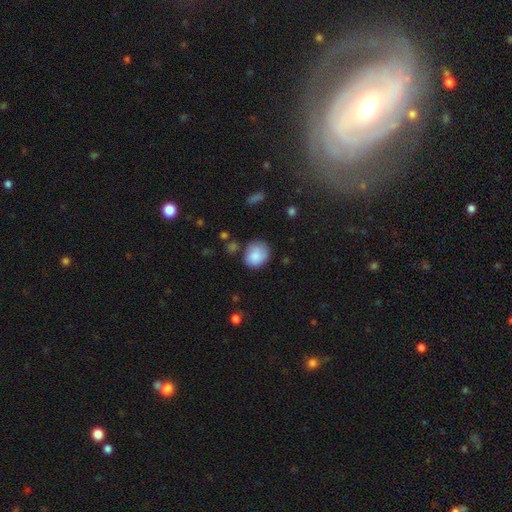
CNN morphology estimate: The model was most divided on "how rounded": round: 68%, in between: 31%, cigar-shaped: 1%. More confident: smooth or featured — smooth (85%); merging — none (69%).